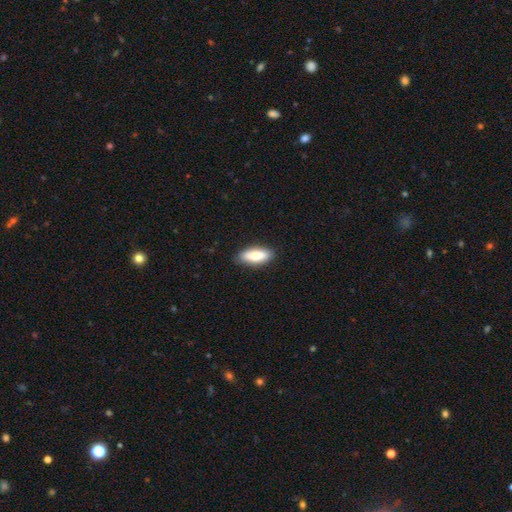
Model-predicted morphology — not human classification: smooth-or-featured: smooth: 75% | featured or disk: 19% | star or artifact: 6%
  how-rounded: in between: 79% | cigar-shaped: 19% | round: 2%
  merging: none: 87% | minor disturbance: 10% | major disturbance: 2% | merger: 1%